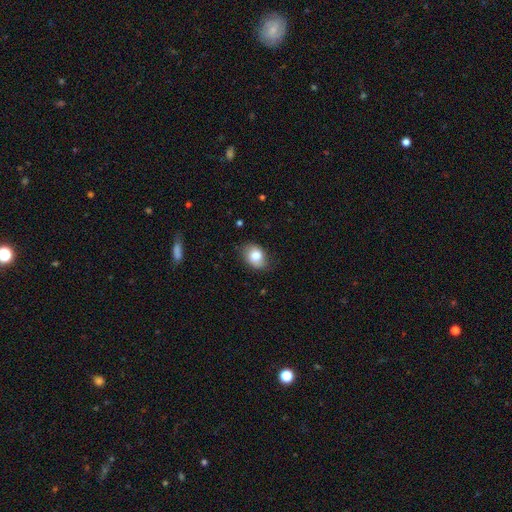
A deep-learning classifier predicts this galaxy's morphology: Smooth or featured? smooth (79%)
How rounded? in between (65%)
Merging? none (77%)